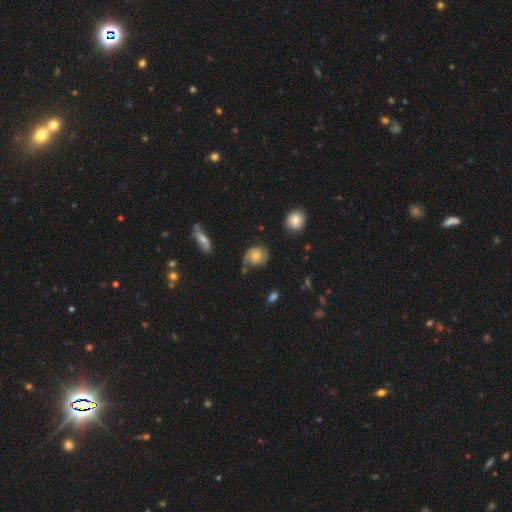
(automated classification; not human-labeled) smooth-or-featured: featured or disk: 72% | smooth: 20% | star or artifact: 8%
  disk-edge-on: no: 97% | yes: 3%
    bar: no: 71% | weak: 25% | strong: 4%
    has-spiral-arms: yes: 94% | no: 6%
      spiral-winding: tight: 44% | medium: 40% | loose: 16%
      spiral-arm-count: 2: 73% | 1: 16% | can't tell: 7% | 3: 2% | 4: 1% | more than 4: 1%
    bulge-size: moderate: 51% | small: 25% | large: 14% | none: 7% | dominant: 2%
  merging: none: 64% | minor disturbance: 21% | major disturbance: 11% | merger: 3%